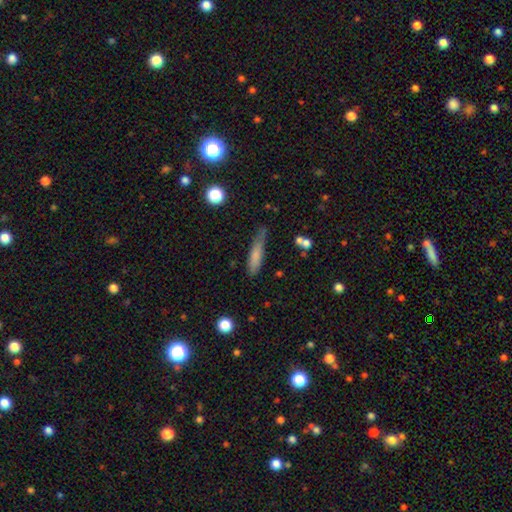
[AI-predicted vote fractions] The model was most divided on "merging": none: 56%, minor disturbance: 31%, major disturbance: 9%, merger: 4%. More confident: how rounded — cigar-shaped (80%); smooth or featured — smooth (75%).